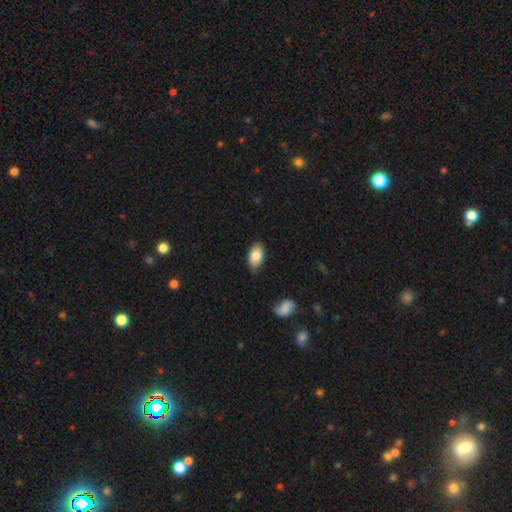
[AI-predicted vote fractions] Smooth or featured: smooth — 83% (featured or disk — 11%)
How rounded: in between — 94% (round — 4%)
Merging: none — 80% (minor disturbance — 16%)